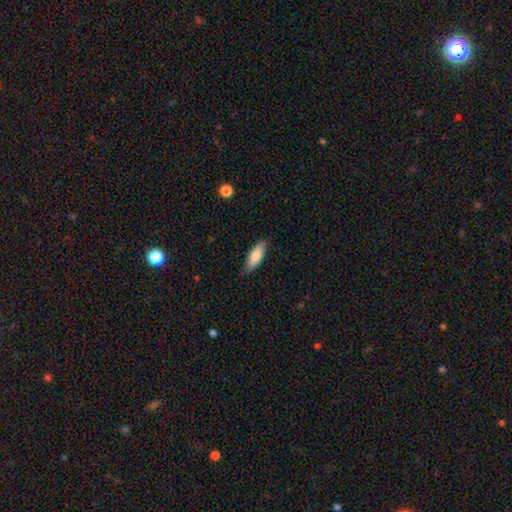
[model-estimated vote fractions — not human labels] Overall: smooth (82%). How rounded: in between (71%). Merging: none (80%).